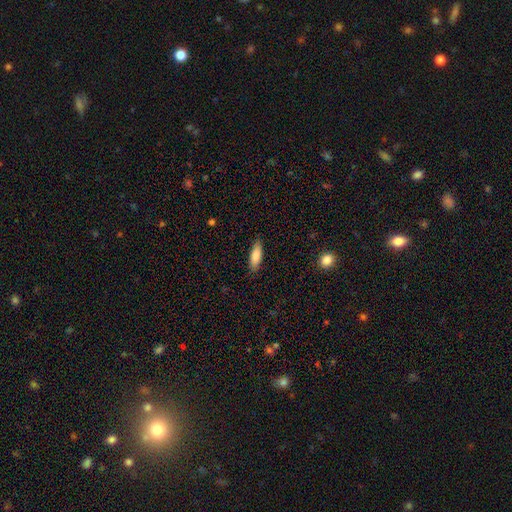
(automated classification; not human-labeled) smooth-or-featured: smooth: 82% | featured or disk: 11% | star or artifact: 6%
  how-rounded: in between: 58% | cigar-shaped: 41% | round: 2%
  merging: none: 87% | minor disturbance: 10% | major disturbance: 2% | merger: 1%